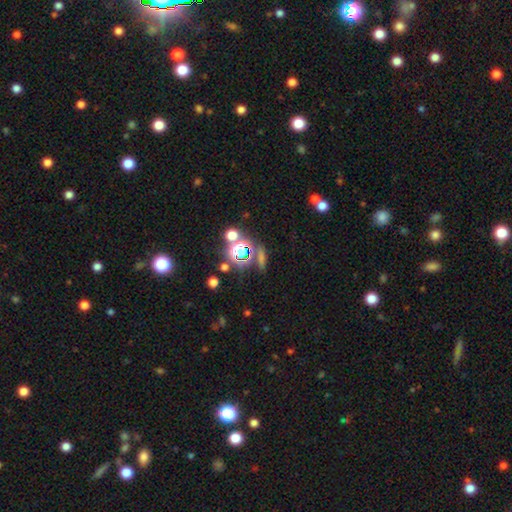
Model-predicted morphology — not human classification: This appears to be a star or artifact, not a galaxy (68%).